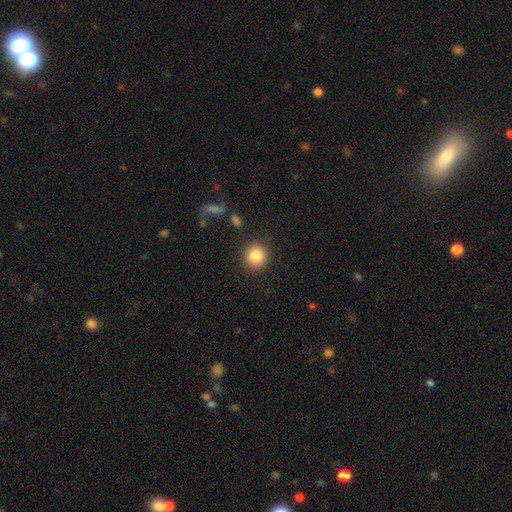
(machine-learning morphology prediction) The model was most divided on "smooth or featured": smooth: 86%, star or artifact: 9%, featured or disk: 5%. More confident: how rounded — round (90%); merging — none (86%).